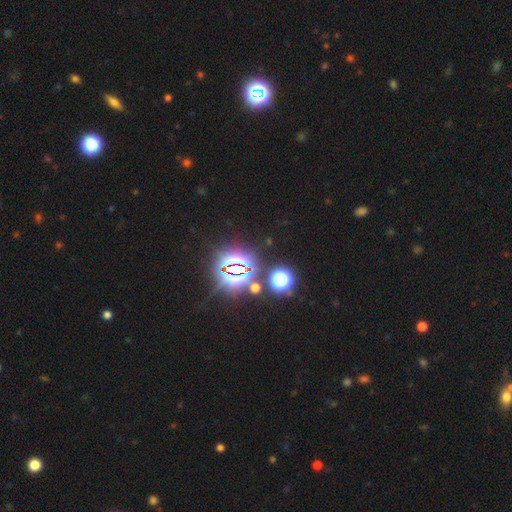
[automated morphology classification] This is clearly a star or artifact rather than a galaxy (81%).